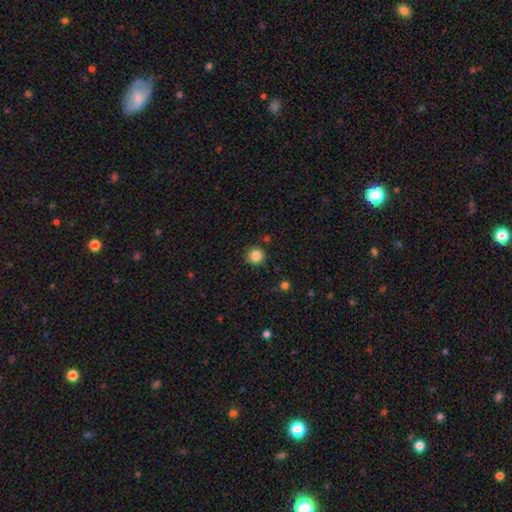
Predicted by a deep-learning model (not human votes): Smooth or featured?
  - smooth: 84% *
  - star or artifact: 11%
  - featured or disk: 5%
How rounded?
  - round: 94% *
  - in between: 5%
  - cigar-shaped: 1%
Merging?
  - none: 88% *
  - minor disturbance: 7%
  - merger: 2%
  - major disturbance: 2%